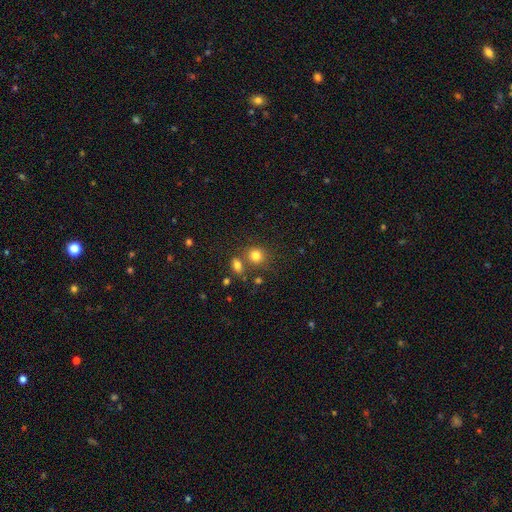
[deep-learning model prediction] Smooth or featured? smooth (79%)
How rounded? round (80%)
Merging? none (63%)